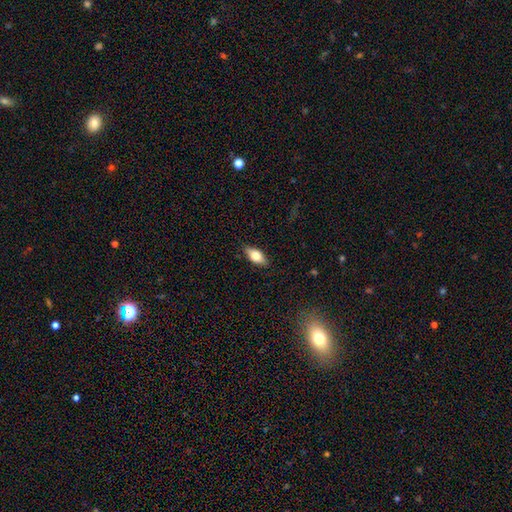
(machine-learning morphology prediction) Smooth or featured?
  - smooth: 75% *
  - featured or disk: 18%
  - star or artifact: 7%
How rounded?
  - in between: 87% *
  - cigar-shaped: 10%
  - round: 4%
Merging?
  - none: 85% *
  - minor disturbance: 11%
  - major disturbance: 2%
  - merger: 1%